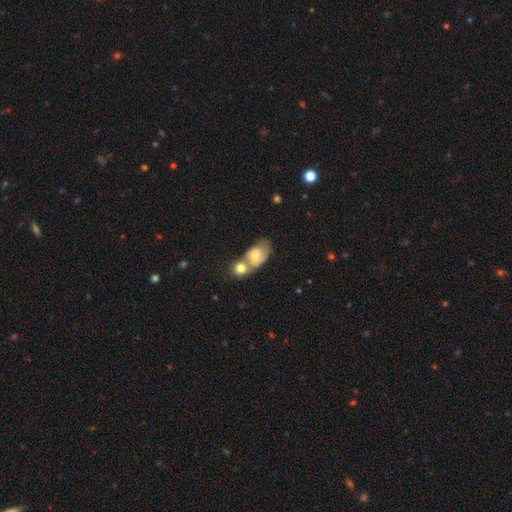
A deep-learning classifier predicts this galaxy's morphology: smooth-or-featured: smooth: 54% | featured or disk: 38% | star or artifact: 8%
  how-rounded: in between: 68% | round: 30% | cigar-shaped: 2%
  merging: merger: 60% | none: 22% | minor disturbance: 11% | major disturbance: 7%